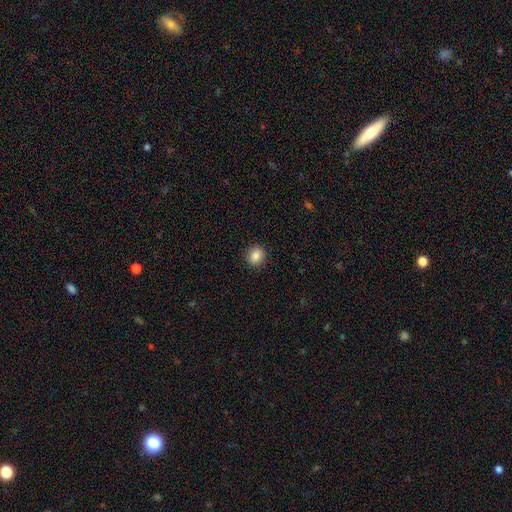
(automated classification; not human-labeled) A smooth galaxy with no disk features (86%) that is round (79%).

Vote fractions:
- Smooth or featured? smooth: 86% / star or artifact: 9% / featured or disk: 5%
- How rounded? round: 79% / in between: 20% / cigar-shaped: 1%
- Merging? none: 91% / minor disturbance: 6% / major disturbance: 2% / merger: 1%